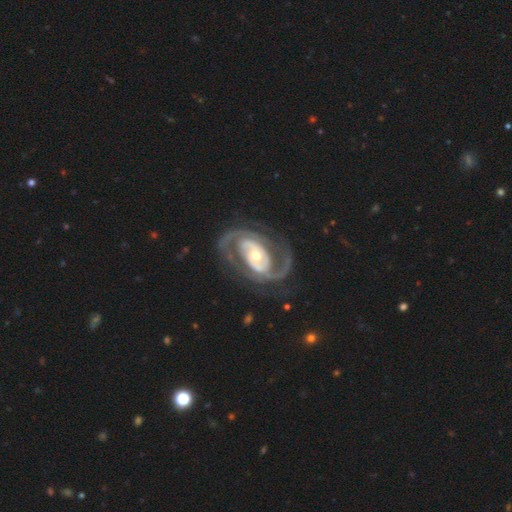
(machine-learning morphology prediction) A featured or disk galaxy (91%) with no bar (48%), 2 (85%) medium (49%) spiral arms (96%) and a moderate central bulge (66%).

Vote fractions:
- Smooth or featured? featured or disk: 91% / smooth: 5% / star or artifact: 4%
- Edge-on disk? no: 97% / yes: 3%
- Bar? no: 48% / weak: 30% / strong: 22%
- Spiral arms? yes: 96% / no: 4%
- Spiral winding? medium: 49% / tight: 34% / loose: 17%
- Spiral arm count? 2: 85% / can't tell: 5% / 3: 4% / 1: 3% / 4: 2% / more than 4: 2%
- Bulge size? moderate: 66% / small: 23% / large: 9% / dominant: 1% / none: 1%
- Merging? none: 73% / minor disturbance: 14% / major disturbance: 11% / merger: 2%